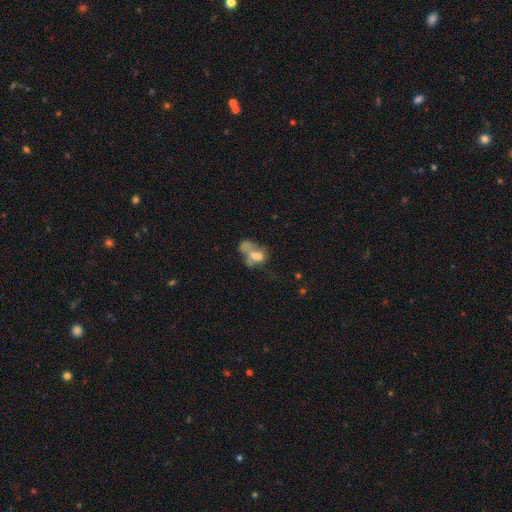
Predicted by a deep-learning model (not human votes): A smooth galaxy with no disk features (54%) that is in between round and cigar-shaped (79%). Merging: merger (48%).